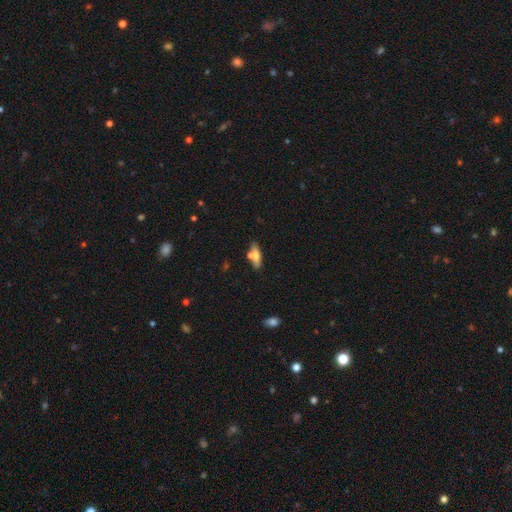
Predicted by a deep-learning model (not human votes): Q: Smooth or featured?
A: smooth (61%); runner-up: featured or disk (31%)
Q: How rounded?
A: cigar-shaped (56%); runner-up: in between (41%)
Q: Merging?
A: none (62%); runner-up: merger (19%)